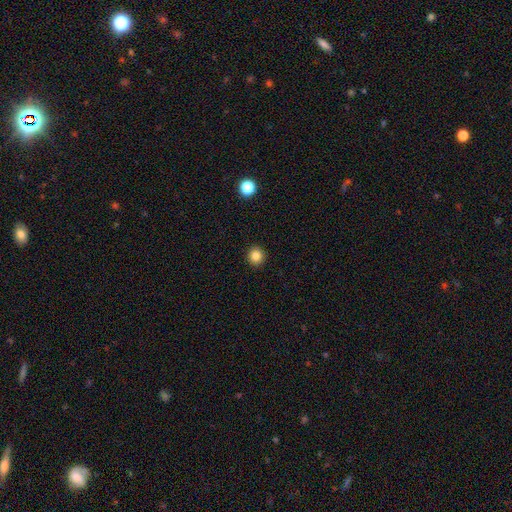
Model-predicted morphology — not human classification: This appears to be a smooth galaxy with no disk features (84%) that is round (92%). Merging: none (93%).